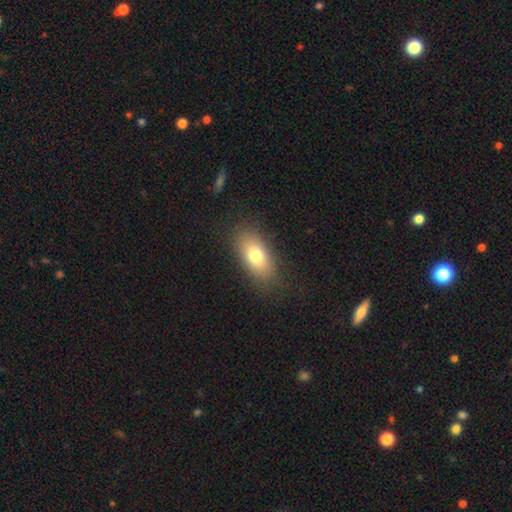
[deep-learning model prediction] Smooth or featured: smooth — 76% (featured or disk — 15%)
How rounded: in between — 87% (round — 7%)
Merging: none — 83% (minor disturbance — 11%)